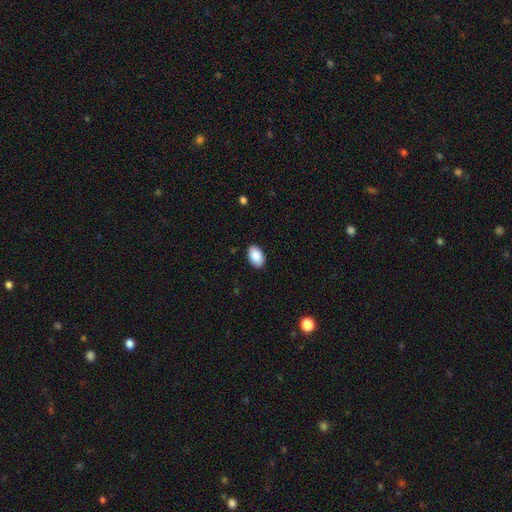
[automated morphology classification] The model was most divided on "merging": none: 89%, minor disturbance: 8%, major disturbance: 2%, merger: 1%. More confident: how rounded — in between (93%); smooth or featured — smooth (90%).